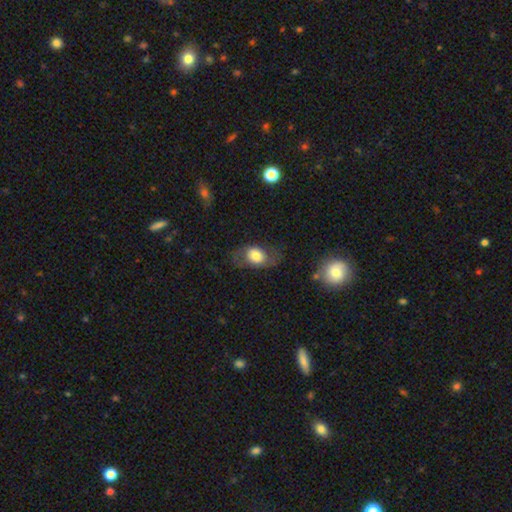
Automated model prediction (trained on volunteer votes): Morphology: type=smooth (65%); roundness=in between (68%); merging=none (62%).